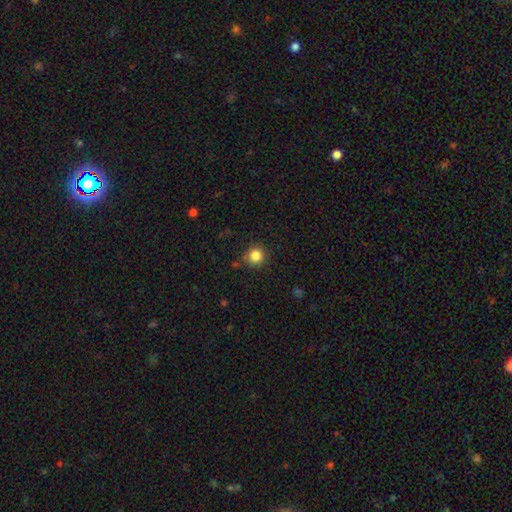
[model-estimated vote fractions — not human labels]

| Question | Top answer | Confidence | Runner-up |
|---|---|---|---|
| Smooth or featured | smooth | 85% | star or artifact (11%) |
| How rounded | round | 92% | in between (7%) |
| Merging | none | 85% | minor disturbance (10%) |